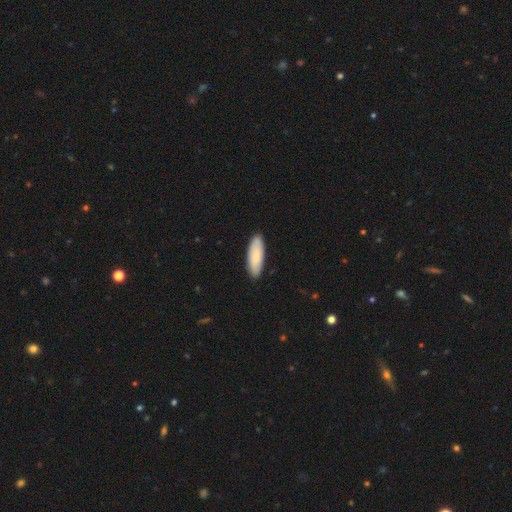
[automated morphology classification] Smooth or featured? smooth (81%)
How rounded? in between (60%)
Merging? none (88%)